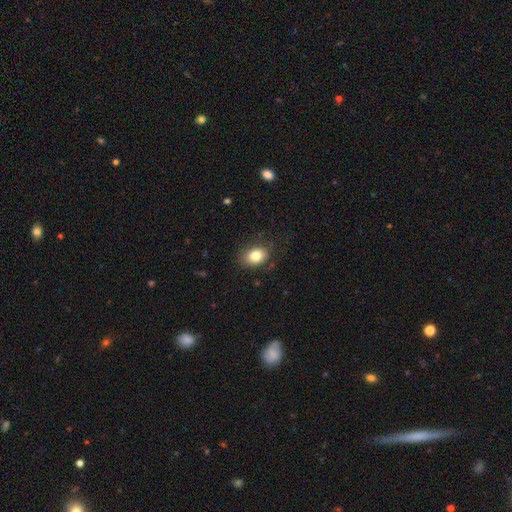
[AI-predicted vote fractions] Smooth or featured?
  - smooth: 82% *
  - featured or disk: 9%
  - star or artifact: 9%
How rounded?
  - in between: 73% *
  - round: 26%
  - cigar-shaped: 1%
Merging?
  - none: 79% *
  - minor disturbance: 15%
  - major disturbance: 5%
  - merger: 1%